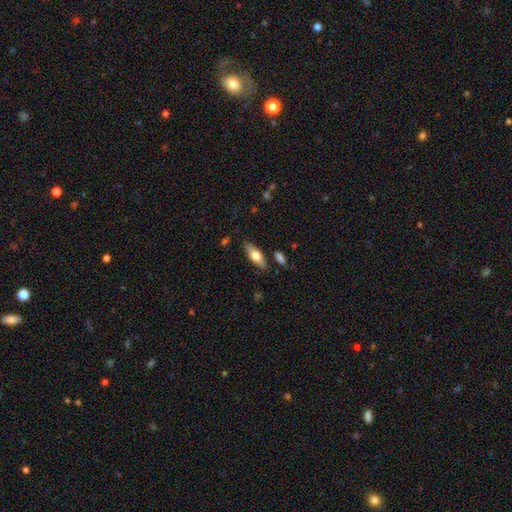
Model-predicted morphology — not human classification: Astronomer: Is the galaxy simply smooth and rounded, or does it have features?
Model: smooth — 62%.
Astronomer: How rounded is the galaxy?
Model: in between — 66%.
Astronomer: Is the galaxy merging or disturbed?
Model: none — 82%.